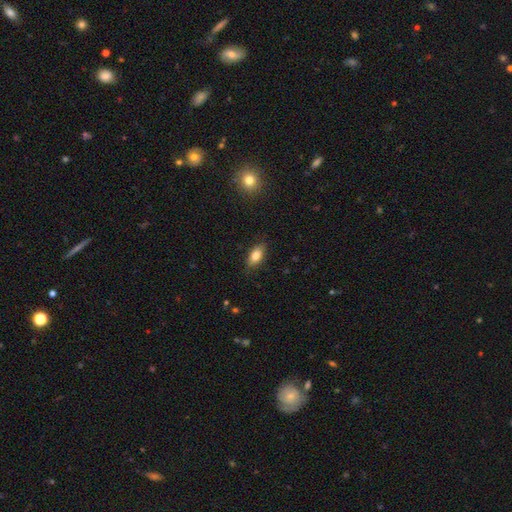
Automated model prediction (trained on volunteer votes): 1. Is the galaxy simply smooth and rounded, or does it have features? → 81% smooth, 11% featured or disk, 8% star or artifact.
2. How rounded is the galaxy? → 88% in between, 8% cigar-shaped, 4% round.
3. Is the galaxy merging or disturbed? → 84% none, 12% minor disturbance, 3% major disturbance, 1% merger.